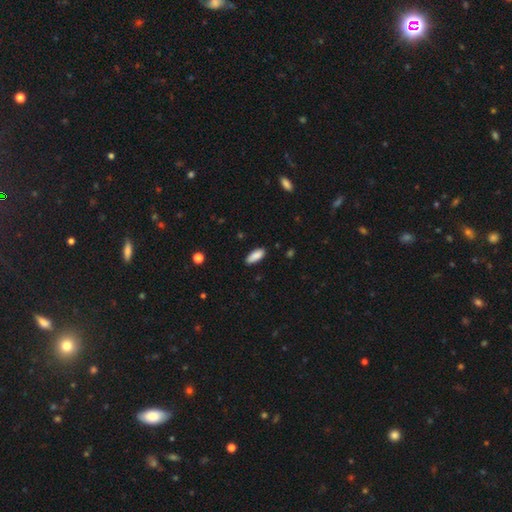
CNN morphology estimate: This appears to be a smooth galaxy with no disk features (88%) that is in between round and cigar-shaped (76%). Merging: none (84%).